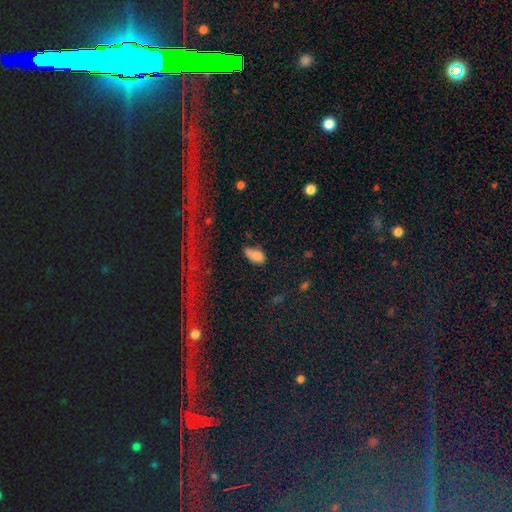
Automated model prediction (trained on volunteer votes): Morphology: type=smooth (77%); roundness=in between (90%); merging=none (40%).